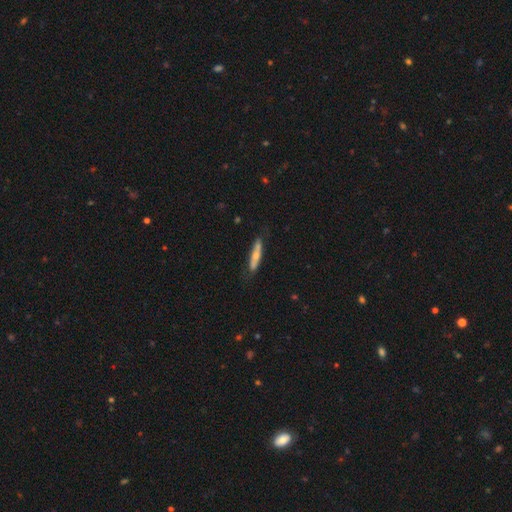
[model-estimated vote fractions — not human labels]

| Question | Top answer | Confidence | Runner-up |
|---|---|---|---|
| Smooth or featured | smooth | 52% | featured or disk (43%) |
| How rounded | cigar-shaped | 80% | in between (18%) |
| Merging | none | 74% | minor disturbance (20%) |